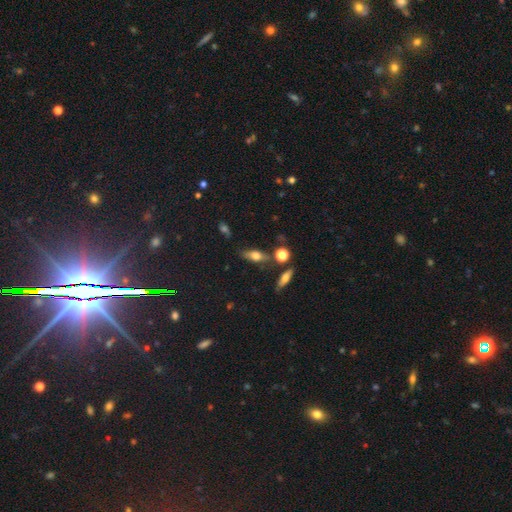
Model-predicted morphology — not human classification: A smooth galaxy with no disk features (58%) that is in between round and cigar-shaped (65%). Merging: none (69%).